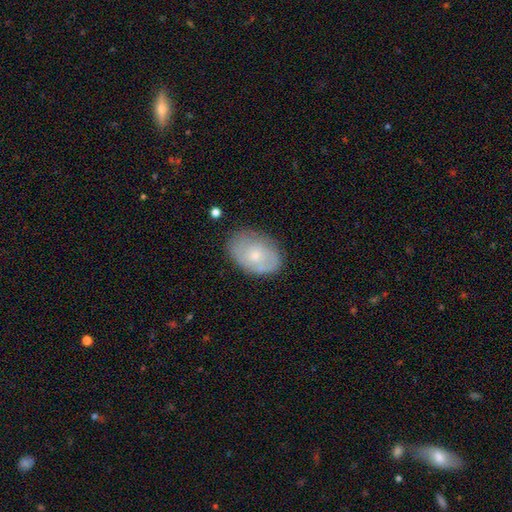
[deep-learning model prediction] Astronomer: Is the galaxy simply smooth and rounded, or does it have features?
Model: smooth — 50% (runner-up: featured or disk, 43%).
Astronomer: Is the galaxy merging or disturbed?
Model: none — 73%.